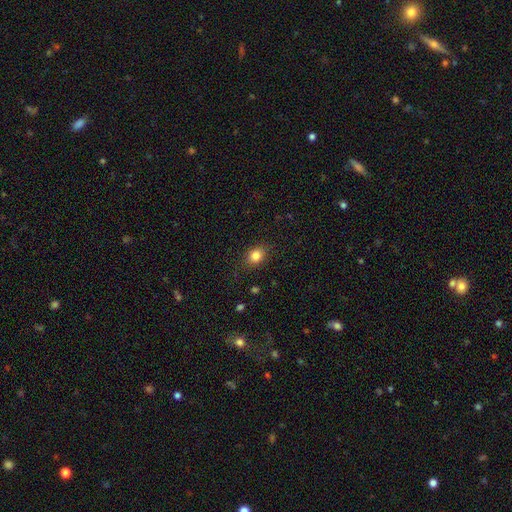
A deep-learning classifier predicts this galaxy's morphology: Q: Smooth or featured?
A: smooth (83%); runner-up: star or artifact (11%)
Q: How rounded?
A: round (53%); runner-up: in between (46%)
Q: Merging?
A: none (84%); runner-up: minor disturbance (11%)